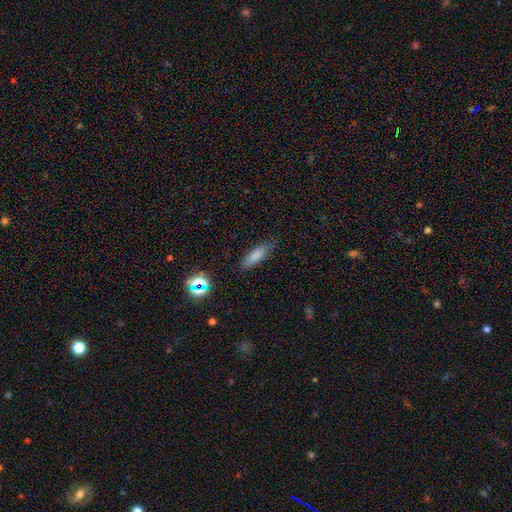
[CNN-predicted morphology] smooth-or-featured: smooth: 78% | featured or disk: 12% | star or artifact: 10%
  how-rounded: cigar-shaped: 54% | in between: 44% | round: 2%
  merging: none: 81% | minor disturbance: 14% | major disturbance: 3% | merger: 2%